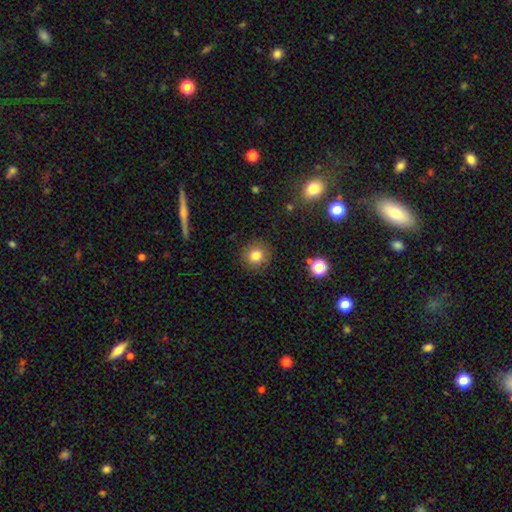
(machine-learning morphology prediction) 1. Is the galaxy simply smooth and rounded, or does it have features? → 81% smooth, 12% star or artifact, 8% featured or disk.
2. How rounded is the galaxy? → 92% round, 7% in between, 1% cigar-shaped.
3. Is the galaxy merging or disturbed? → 89% none, 7% minor disturbance, 3% major disturbance, 1% merger.